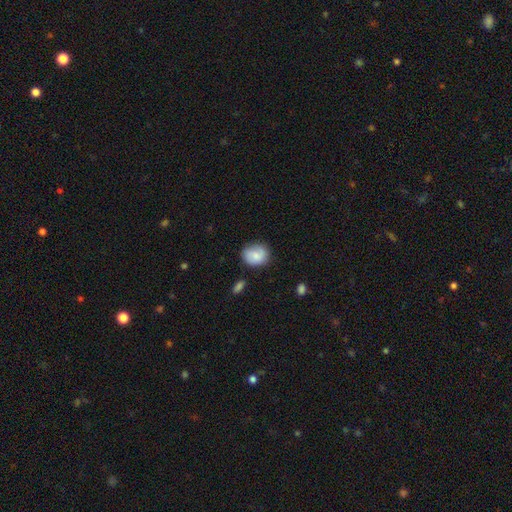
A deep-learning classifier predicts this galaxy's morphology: Smooth or featured? smooth (80%)
How rounded? round (57%)
Merging? none (71%)